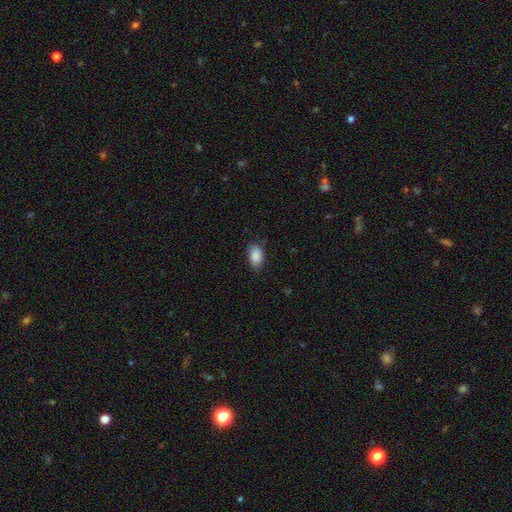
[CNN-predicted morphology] smooth_or_featured: smooth (p=0.89) [alt: star or artifact p=0.07]
how_rounded: in between (p=0.92) [alt: round p=0.07]
merging: none (p=0.81) [alt: minor disturbance p=0.15]